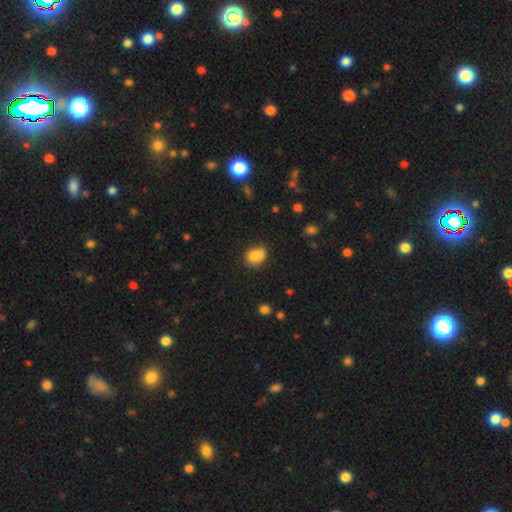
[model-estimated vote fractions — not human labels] Morphology: type=smooth (76%); roundness=in between (53%); merging=merger (41%).